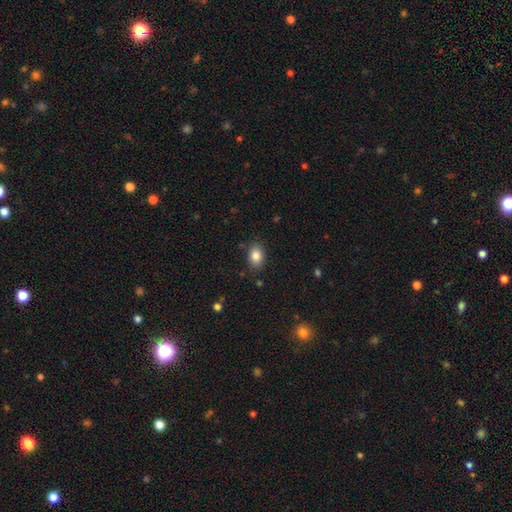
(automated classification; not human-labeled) Morphology: type=smooth (84%); roundness=in between (77%); merging=none (85%).